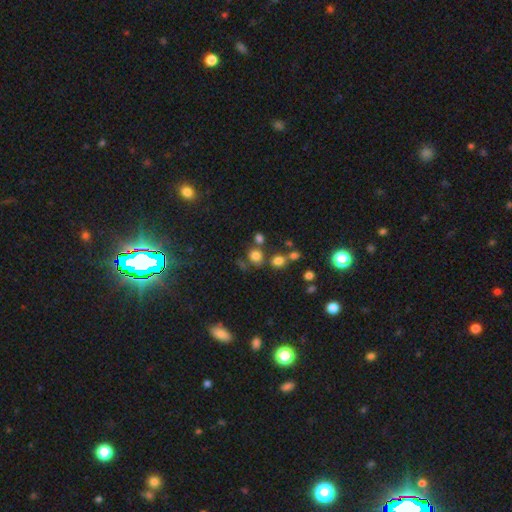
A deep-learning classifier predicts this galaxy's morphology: Smooth or featured: smooth — 75% (star or artifact — 17%)
How rounded: round — 79% (in between — 20%)
Merging: none — 63% (merger — 20%)